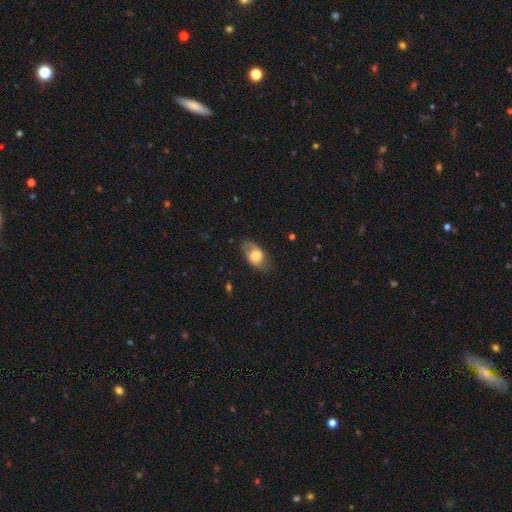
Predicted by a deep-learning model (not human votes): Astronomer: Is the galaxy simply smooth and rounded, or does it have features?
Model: smooth — 61%.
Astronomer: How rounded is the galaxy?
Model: in between — 87%.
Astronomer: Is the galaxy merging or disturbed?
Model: none — 72%.